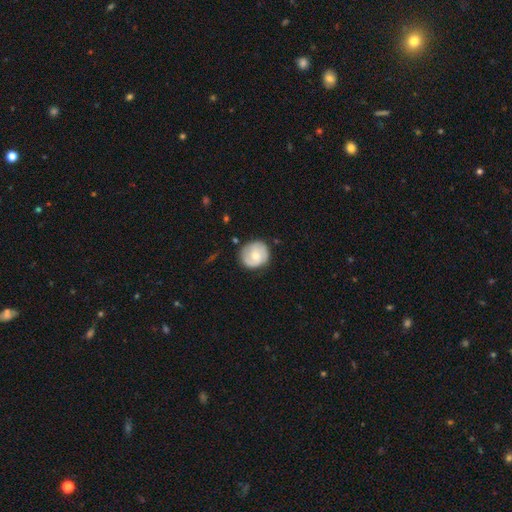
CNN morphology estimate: A smooth galaxy with no disk features (47%). Merging: none (76%).